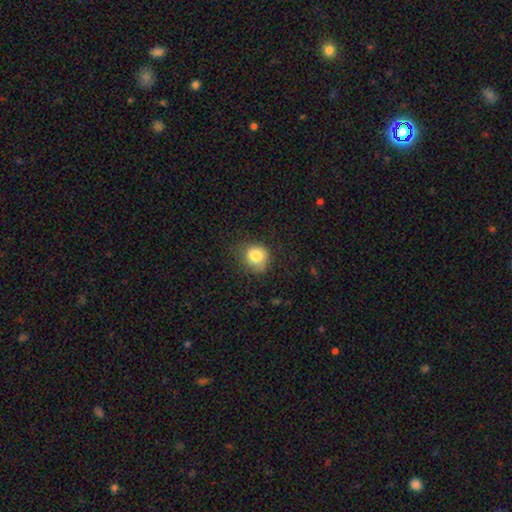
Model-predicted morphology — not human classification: This is clearly a smooth galaxy (83%). How rounded: clearly round (82%). Merging: likely none (64%).